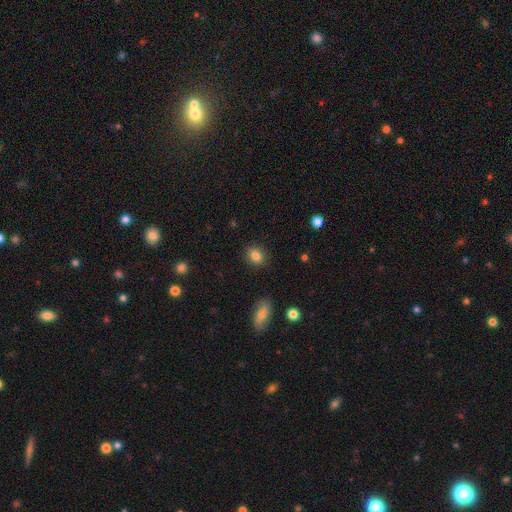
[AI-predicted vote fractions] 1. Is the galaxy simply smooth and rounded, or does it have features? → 83% smooth, 10% star or artifact, 7% featured or disk.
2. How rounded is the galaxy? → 57% in between, 41% round, 2% cigar-shaped.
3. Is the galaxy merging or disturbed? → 88% none, 9% minor disturbance, 2% major disturbance, 1% merger.